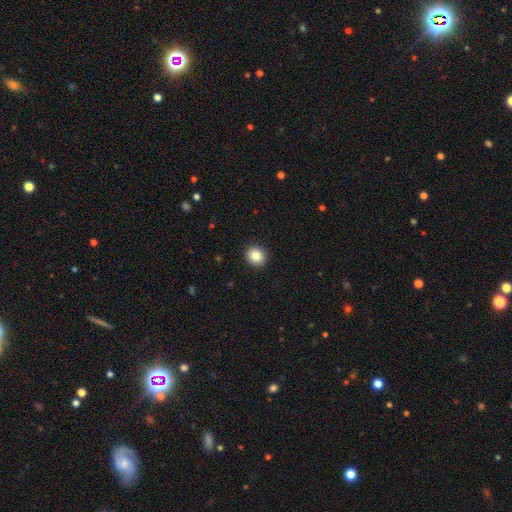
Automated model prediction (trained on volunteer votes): Q: Smooth or featured?
A: smooth (83%); runner-up: star or artifact (10%)
Q: How rounded?
A: round (82%); runner-up: in between (17%)
Q: Merging?
A: none (92%); runner-up: minor disturbance (5%)